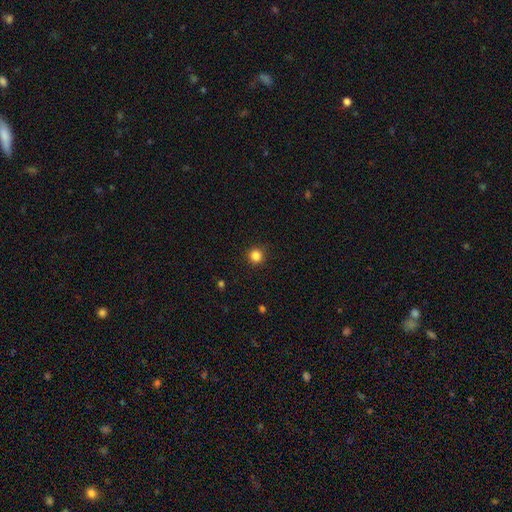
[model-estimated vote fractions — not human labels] Overall: smooth (84%). How rounded: round (95%). Merging: none (92%).